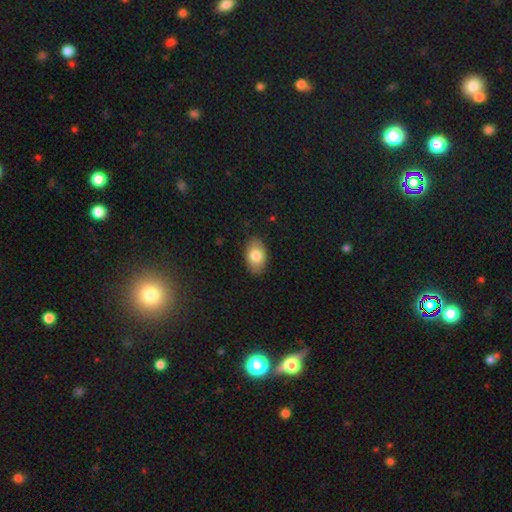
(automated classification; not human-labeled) This appears to be a smooth galaxy with no disk features (79%) that is in between round and cigar-shaped (91%). Merging: none (85%).